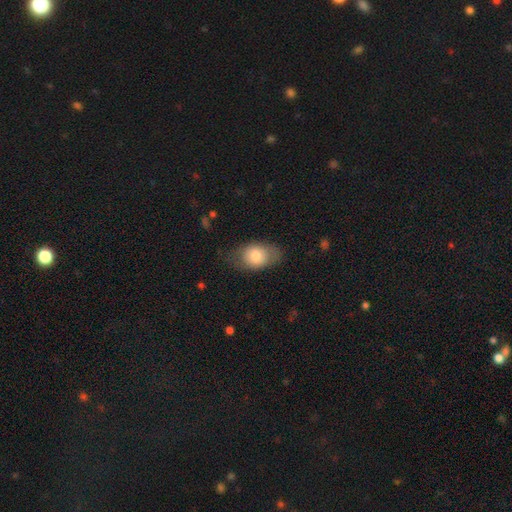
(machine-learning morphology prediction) Smooth or featured? smooth (77%)
How rounded? in between (81%)
Merging? none (67%)